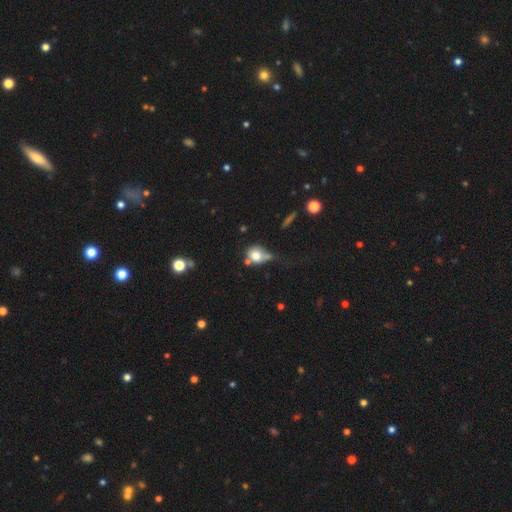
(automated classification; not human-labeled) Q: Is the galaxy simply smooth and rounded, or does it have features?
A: smooth — 73%.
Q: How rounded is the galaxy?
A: round — 67%.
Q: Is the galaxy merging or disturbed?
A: none — 35%.